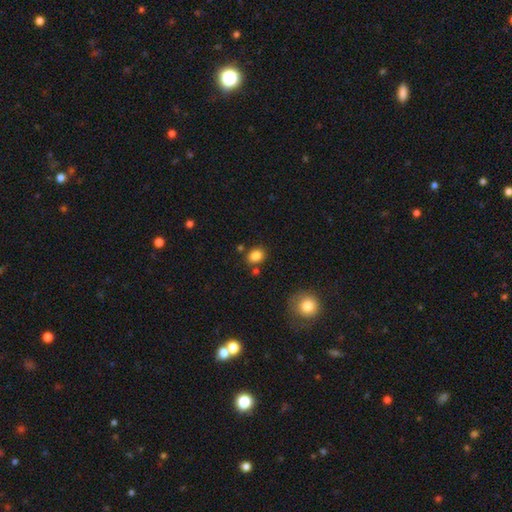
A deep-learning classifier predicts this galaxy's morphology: This is clearly a smooth galaxy (85%). How rounded: likely in between (63%). Merging: likely none (74%).